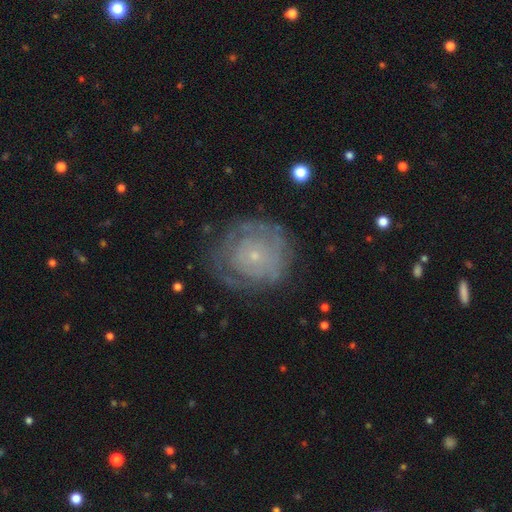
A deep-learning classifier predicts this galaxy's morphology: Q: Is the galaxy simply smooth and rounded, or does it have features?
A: featured or disk — 66%.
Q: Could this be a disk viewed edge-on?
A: no — 97%.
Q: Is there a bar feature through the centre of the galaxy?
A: no — 86%.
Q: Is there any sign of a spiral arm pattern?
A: yes — 72%.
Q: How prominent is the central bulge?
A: small — 85%.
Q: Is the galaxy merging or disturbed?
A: none — 70%.